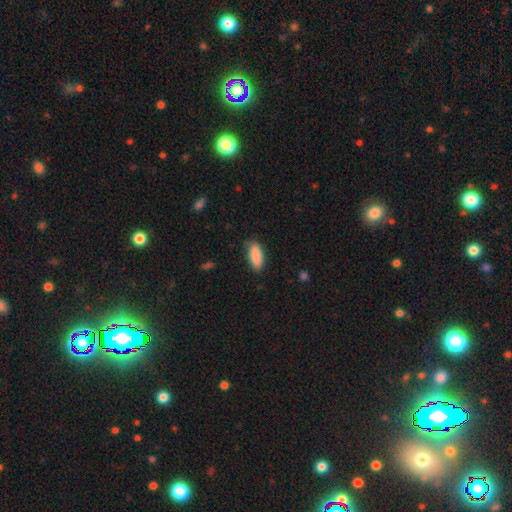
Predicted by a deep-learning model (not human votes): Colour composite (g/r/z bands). It shows a smooth galaxy with no disk features (89%) that is in between round and cigar-shaped (76%). Merging: none (81%).